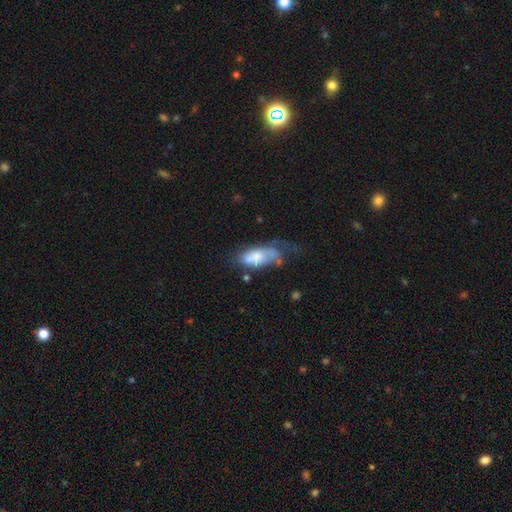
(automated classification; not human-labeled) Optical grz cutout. It shows a smooth galaxy with no disk features (60%) that is in between round and cigar-shaped (85%). Merging: major disturbance (35%).